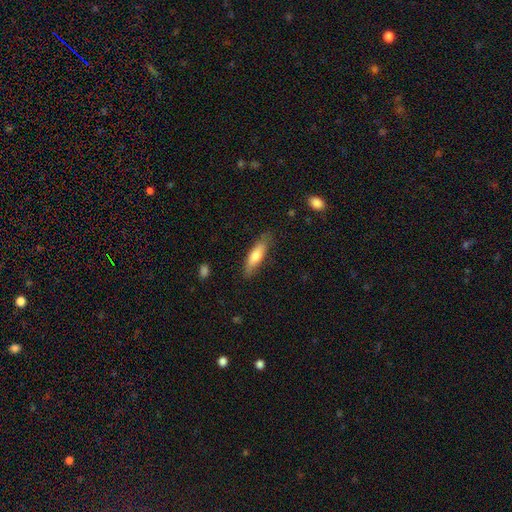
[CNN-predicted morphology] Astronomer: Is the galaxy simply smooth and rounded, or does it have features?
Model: smooth — 70%.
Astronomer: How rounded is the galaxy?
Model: cigar-shaped — 60% (runner-up: in between, 38%).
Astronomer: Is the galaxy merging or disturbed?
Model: none — 78%.